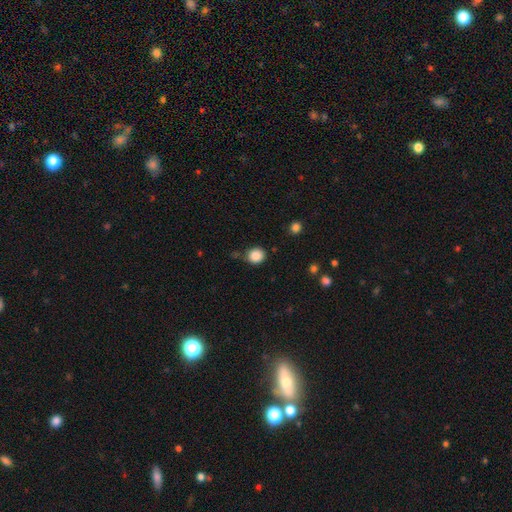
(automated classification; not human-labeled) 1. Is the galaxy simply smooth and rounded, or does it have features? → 87% smooth, 10% star or artifact, 3% featured or disk.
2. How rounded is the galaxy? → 88% round, 12% in between, 1% cigar-shaped.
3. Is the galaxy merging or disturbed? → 79% none, 13% minor disturbance, 4% merger, 4% major disturbance.